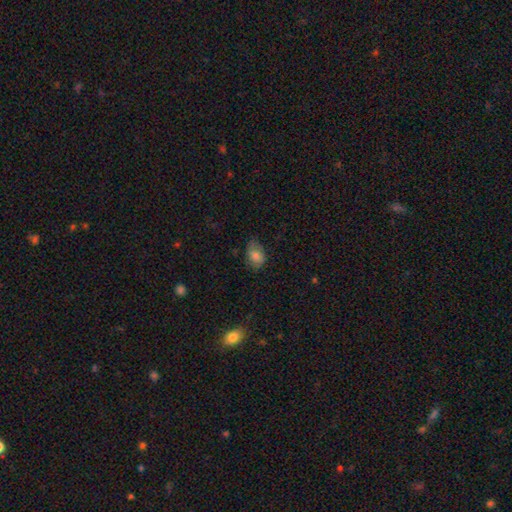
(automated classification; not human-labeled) This is likely a smooth galaxy (76%). How rounded: likely in between (78%). Merging: likely none (61%).